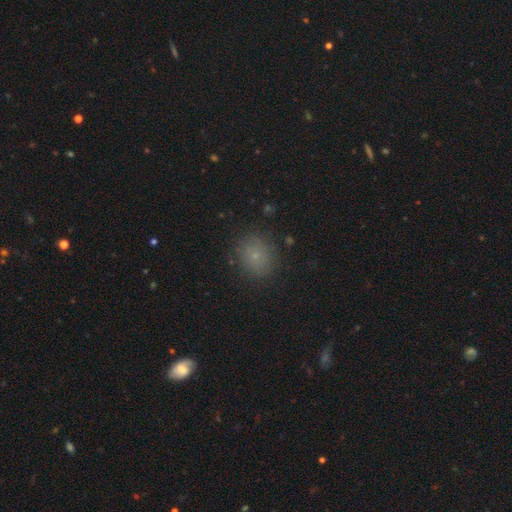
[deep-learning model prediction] Smooth or featured?
  - smooth: 72% *
  - star or artifact: 18%
  - featured or disk: 10%
How rounded?
  - round: 72% *
  - in between: 27%
  - cigar-shaped: 1%
Merging?
  - none: 85% *
  - minor disturbance: 10%
  - major disturbance: 4%
  - merger: 1%